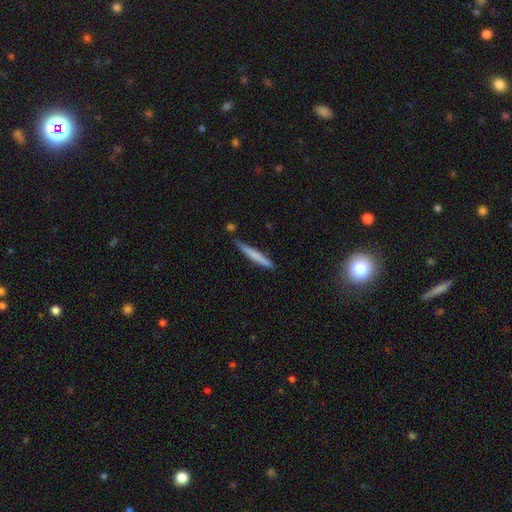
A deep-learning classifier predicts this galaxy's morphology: Smooth or featured: smooth — 66% (featured or disk — 29%)
How rounded: cigar-shaped — 96% (in between — 3%)
Merging: none — 79% (minor disturbance — 15%)